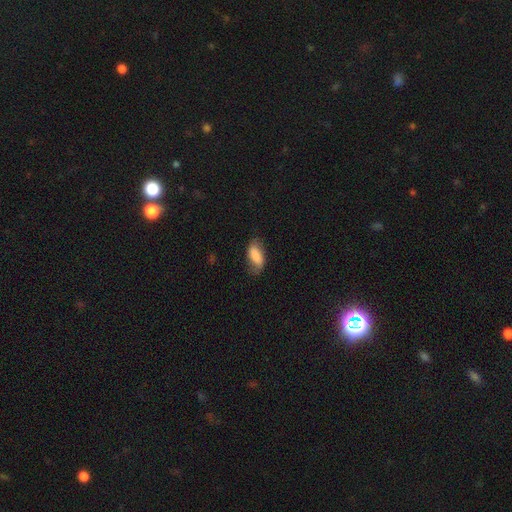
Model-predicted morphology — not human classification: This appears to be a smooth galaxy with no disk features (74%) that is in between round and cigar-shaped (86%). Merging: none (64%).